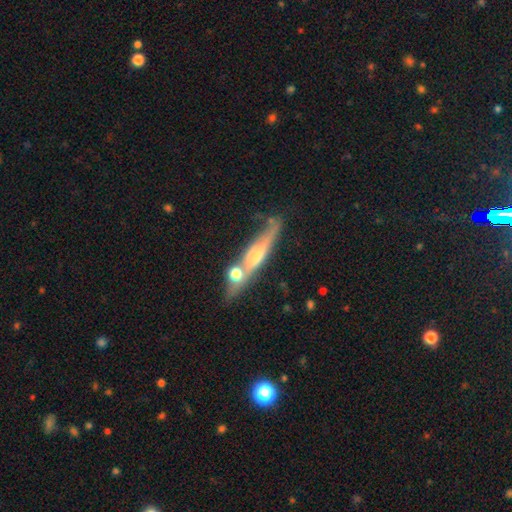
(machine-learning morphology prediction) Overall: featured or disk (59%; smooth 33%). Edge-on disk: yes (86%). Edge-on bulge: rounded (69%). Merging: none (54%; merger 20%).